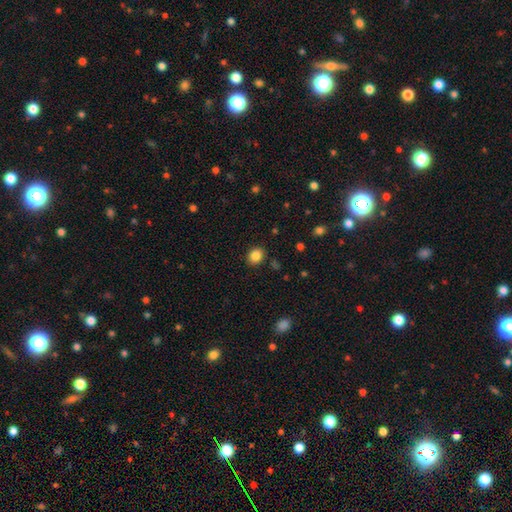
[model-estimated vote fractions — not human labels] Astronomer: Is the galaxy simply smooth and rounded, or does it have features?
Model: smooth — 85%.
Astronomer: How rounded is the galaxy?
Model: round — 55% (runner-up: in between, 44%).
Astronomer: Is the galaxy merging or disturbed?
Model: none — 88%.